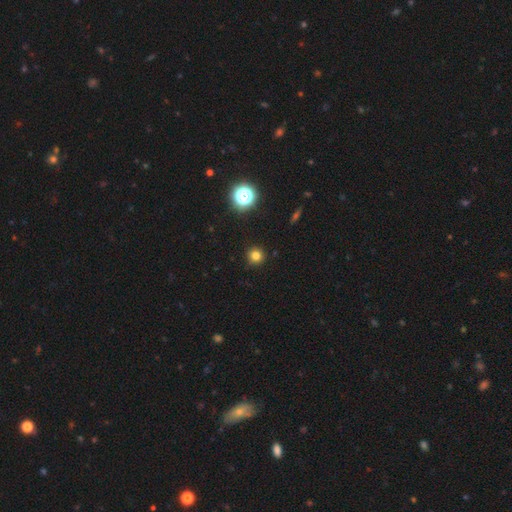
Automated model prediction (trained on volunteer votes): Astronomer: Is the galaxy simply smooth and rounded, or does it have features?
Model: smooth — 78%.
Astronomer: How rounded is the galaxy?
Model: round — 95%.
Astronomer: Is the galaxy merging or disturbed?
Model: none — 92%.